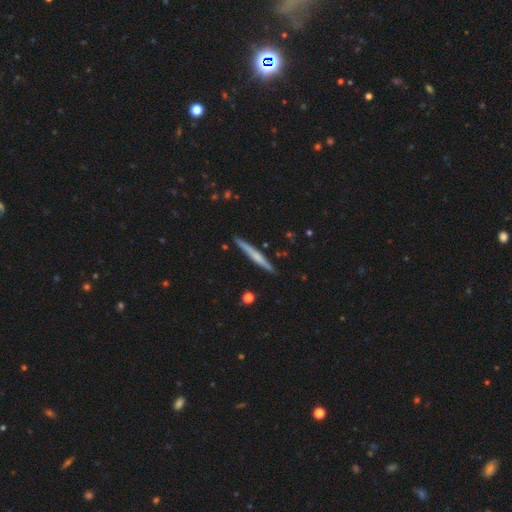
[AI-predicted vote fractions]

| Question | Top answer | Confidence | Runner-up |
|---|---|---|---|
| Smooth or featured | featured or disk | 50% | smooth (44%) |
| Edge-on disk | yes | 97% | no (3%) |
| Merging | none | 90% | minor disturbance (8%) |